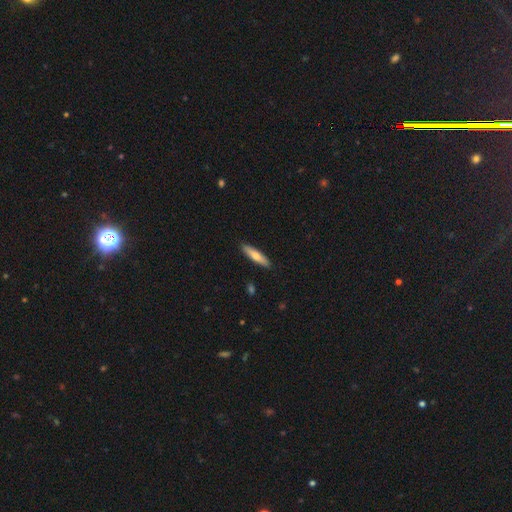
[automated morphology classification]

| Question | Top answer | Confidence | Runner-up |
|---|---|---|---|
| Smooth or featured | smooth | 66% | featured or disk (28%) |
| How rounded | cigar-shaped | 82% | in between (17%) |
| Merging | none | 90% | minor disturbance (7%) |